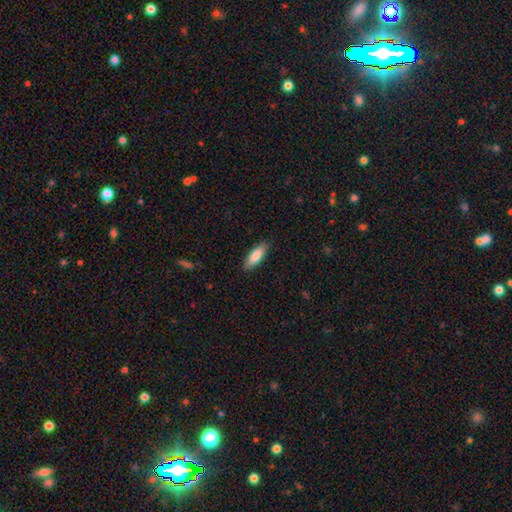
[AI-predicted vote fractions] Overall: smooth (84%). How rounded: in between (61%; cigar-shaped 38%). Merging: none (88%).